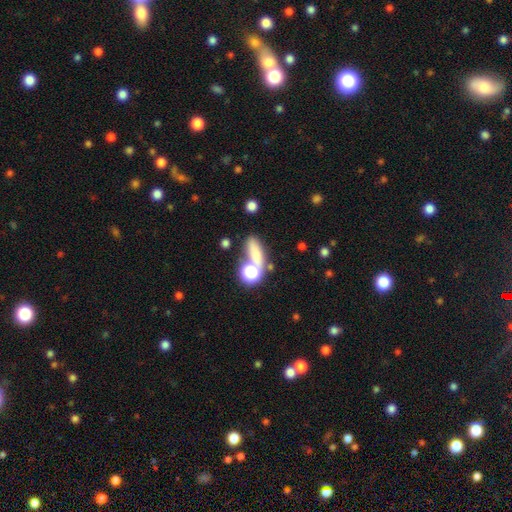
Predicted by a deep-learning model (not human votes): Morphology: type=smooth (67%); roundness=in between (49%); merging=none (50%).